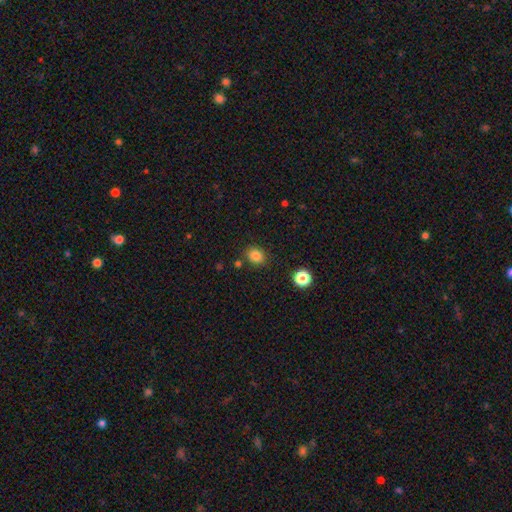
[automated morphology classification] The model was most divided on "how rounded": round: 55%, in between: 44%, cigar-shaped: 1%. More confident: smooth or featured — smooth (83%); merging — none (83%).